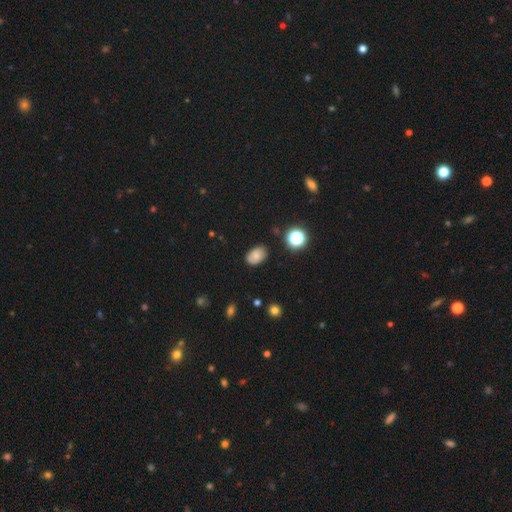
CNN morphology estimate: type=smooth (73%); roundness=in between (82%); merging=none (80%).